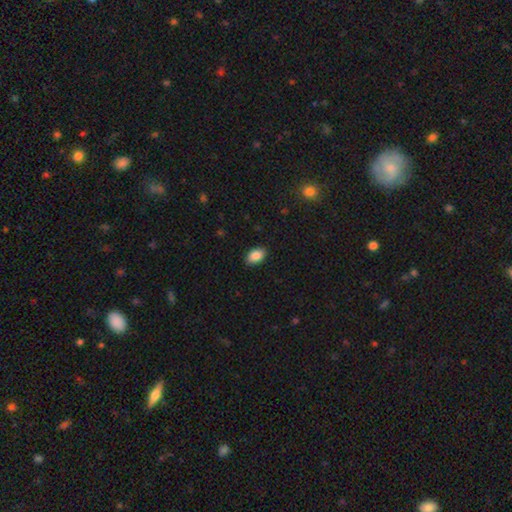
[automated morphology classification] Smooth or featured: smooth — 88% (star or artifact — 7%)
How rounded: in between — 90% (round — 9%)
Merging: none — 88% (minor disturbance — 9%)